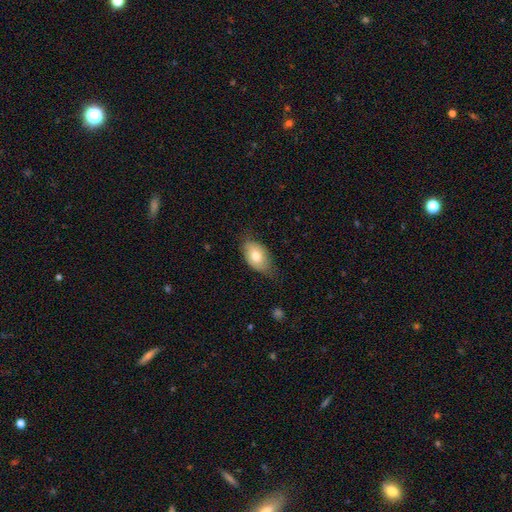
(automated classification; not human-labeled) Morphology: type=smooth (76%); roundness=in between (91%); merging=none (66%).